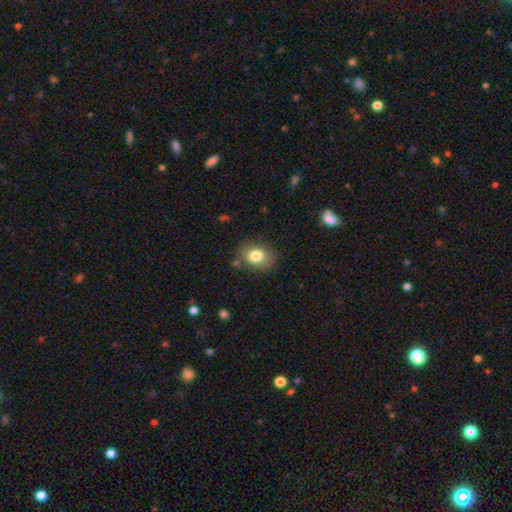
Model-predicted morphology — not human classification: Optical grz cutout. It shows a smooth galaxy with no disk features (80%) that is in between round and cigar-shaped (51%). Merging: none (77%).